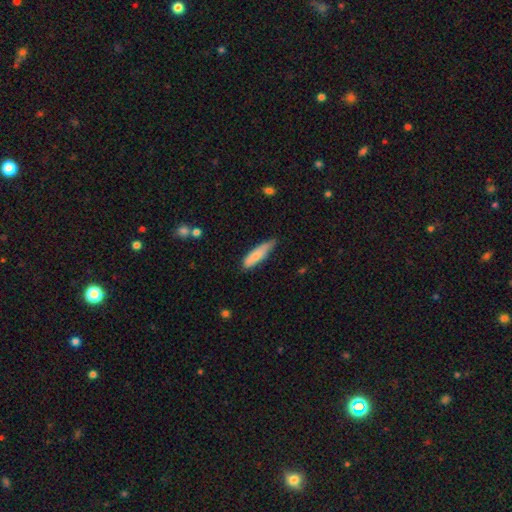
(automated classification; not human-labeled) smooth-or-featured: smooth: 81% | featured or disk: 13% | star or artifact: 6%
  how-rounded: cigar-shaped: 67% | in between: 31% | round: 2%
  merging: none: 56% | minor disturbance: 36% | major disturbance: 6% | merger: 2%